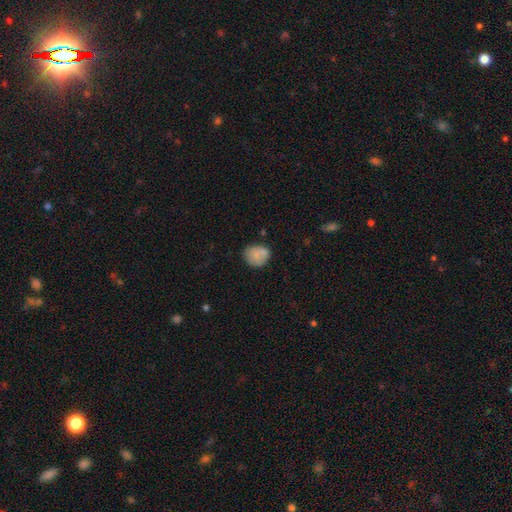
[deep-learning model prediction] A smooth galaxy with no disk features (78%) that is round (66%). Merging: none (62%).